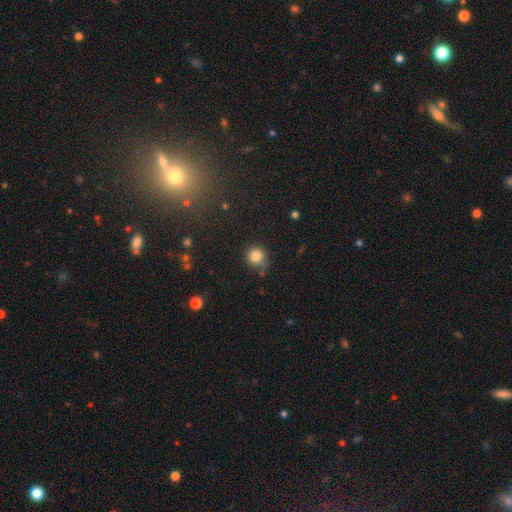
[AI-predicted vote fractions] Overall: smooth (83%). How rounded: round (91%). Merging: none (71%).